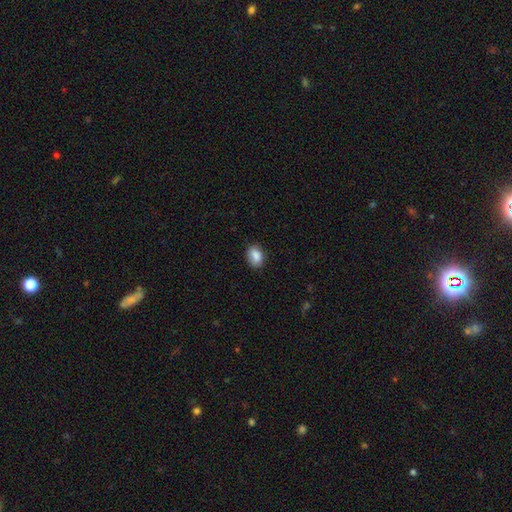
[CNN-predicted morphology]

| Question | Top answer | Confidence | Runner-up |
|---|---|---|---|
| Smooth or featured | smooth | 86% | star or artifact (8%) |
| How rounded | in between | 78% | round (21%) |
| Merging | none | 79% | minor disturbance (16%) |